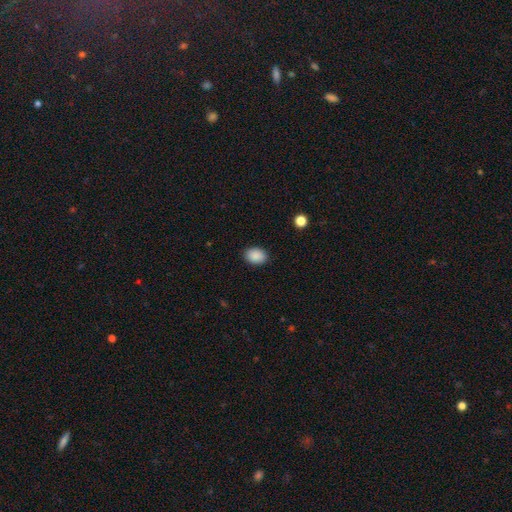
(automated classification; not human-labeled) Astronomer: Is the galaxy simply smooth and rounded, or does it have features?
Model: smooth — 89%.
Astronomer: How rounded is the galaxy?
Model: in between — 73%.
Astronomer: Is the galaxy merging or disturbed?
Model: none — 89%.